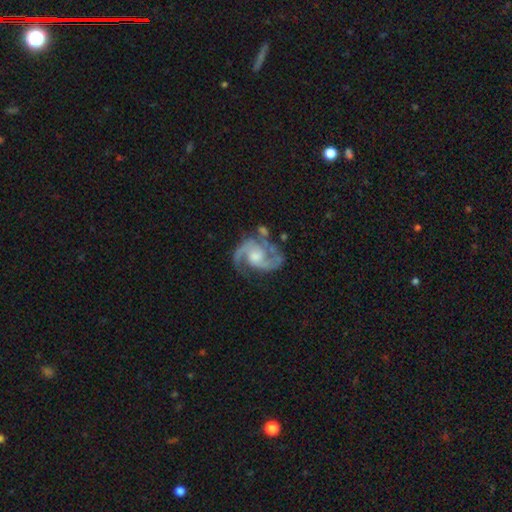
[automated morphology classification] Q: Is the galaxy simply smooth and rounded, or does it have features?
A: featured or disk — 91%.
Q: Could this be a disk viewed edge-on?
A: no — 98%.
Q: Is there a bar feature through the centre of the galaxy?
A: no — 59%.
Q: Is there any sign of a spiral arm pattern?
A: yes — 98%.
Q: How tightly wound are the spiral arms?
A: medium — 60%.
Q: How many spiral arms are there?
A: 2 — 89%.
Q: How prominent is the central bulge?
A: moderate — 57%.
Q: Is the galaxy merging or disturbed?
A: none — 66%.